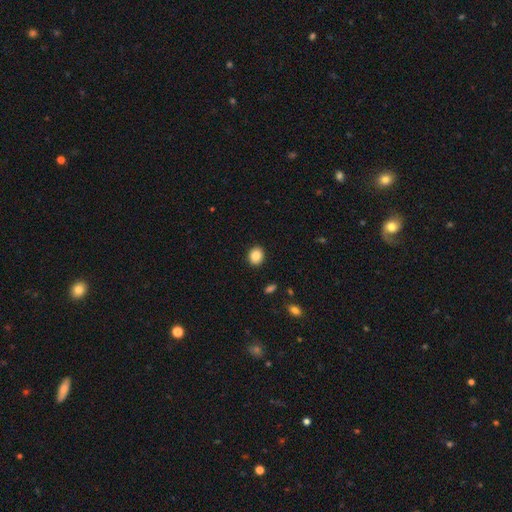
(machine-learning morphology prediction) Smooth or featured? Predicted: smooth (p=0.86). How rounded? Predicted: round (p=0.59). Merging? Predicted: none (p=0.91).